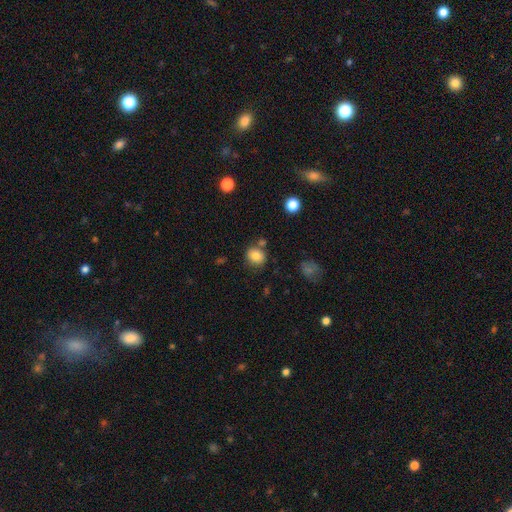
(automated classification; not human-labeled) smooth-or-featured: smooth: 82% | star or artifact: 11% | featured or disk: 7%
  how-rounded: round: 74% | in between: 25% | cigar-shaped: 1%
  merging: none: 73% | minor disturbance: 12% | merger: 11% | major disturbance: 4%